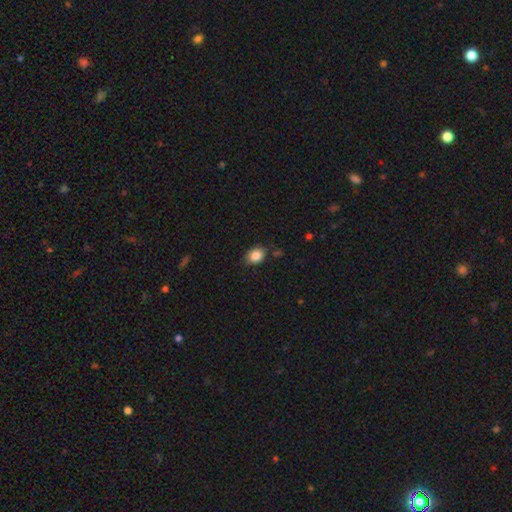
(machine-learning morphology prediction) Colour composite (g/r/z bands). It shows a smooth galaxy with no disk features (86%) that is in between round and cigar-shaped (65%). Merging: none (79%).